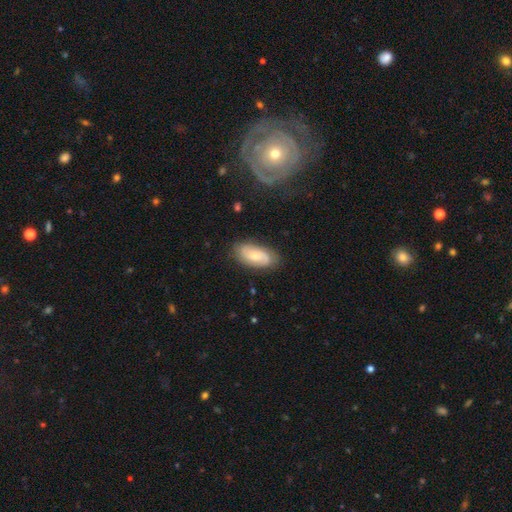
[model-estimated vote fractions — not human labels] smooth 48%, featured or disk 45%, star or artifact 7%. Down the decision tree: merging — none (80%).